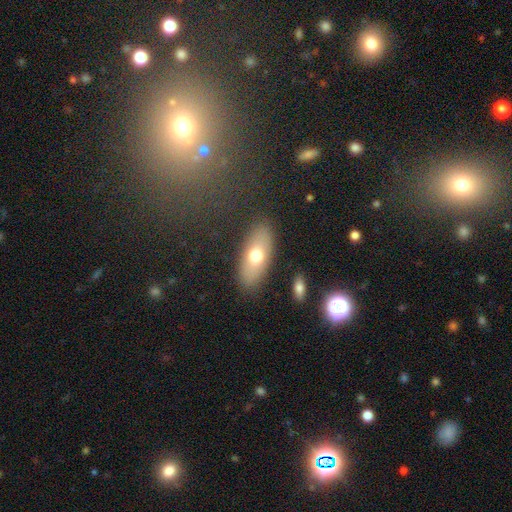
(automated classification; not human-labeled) This is likely a smooth galaxy (67%). How rounded: clearly in between (84%). Merging: clearly none (85%).